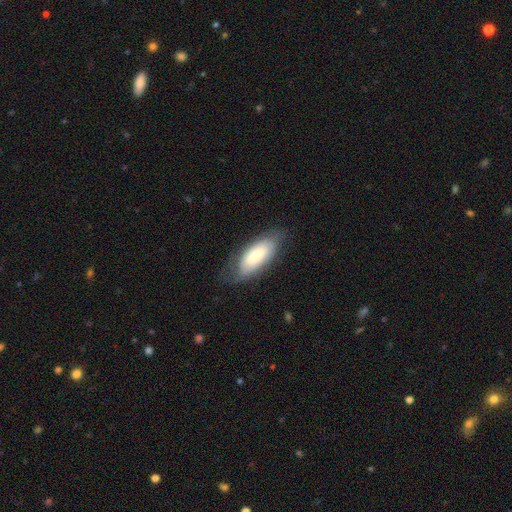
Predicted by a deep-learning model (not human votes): This is likely a smooth galaxy (70%). How rounded: clearly in between (83%). Merging: likely none (68%).